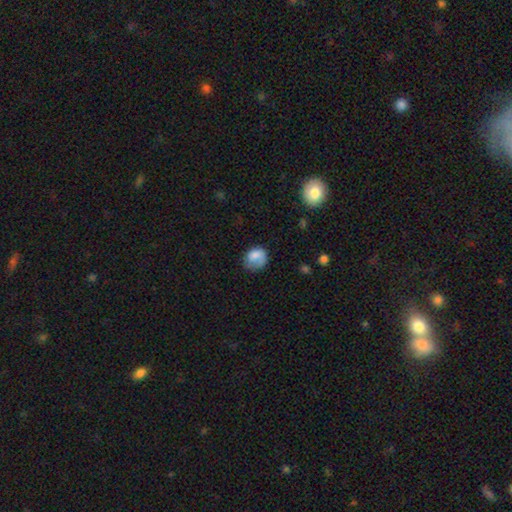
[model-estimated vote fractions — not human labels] Smooth or featured?
  - smooth: 73% *
  - featured or disk: 19%
  - star or artifact: 8%
How rounded?
  - round: 60% *
  - in between: 39%
  - cigar-shaped: 1%
Merging?
  - none: 51% *
  - minor disturbance: 28%
  - major disturbance: 19%
  - merger: 2%